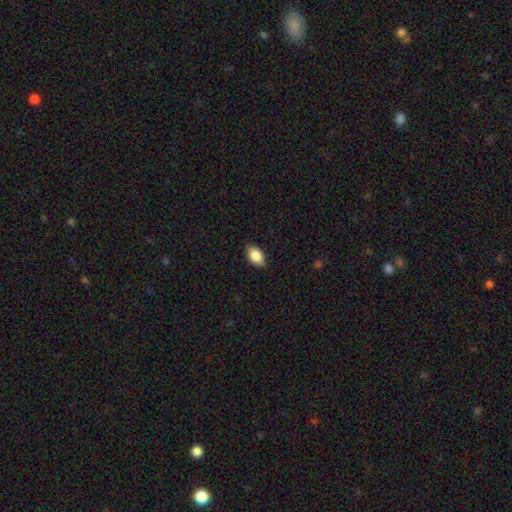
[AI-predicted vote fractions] A smooth galaxy with no disk features (86%) that is in between round and cigar-shaped (91%). Merging: none (85%).